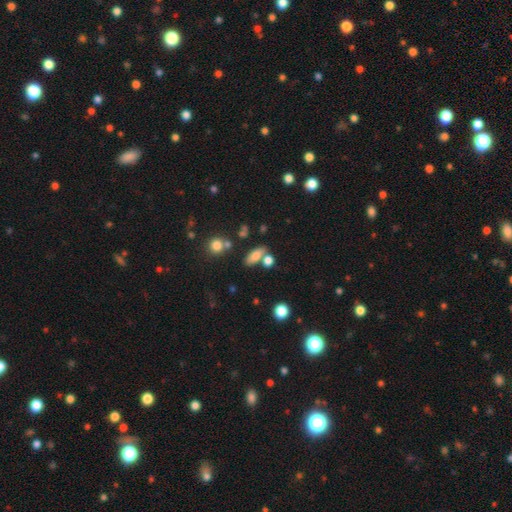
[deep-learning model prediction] Morphology: type=smooth (73%); roundness=in between (74%); merging=none (60%).